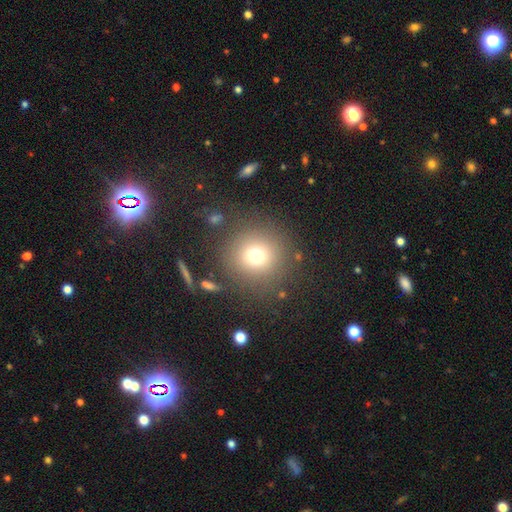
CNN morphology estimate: smooth-or-featured: smooth: 72% | star or artifact: 17% | featured or disk: 11%
  how-rounded: round: 93% | in between: 6% | cigar-shaped: 1%
  merging: none: 83% | minor disturbance: 8% | major disturbance: 5% | merger: 3%